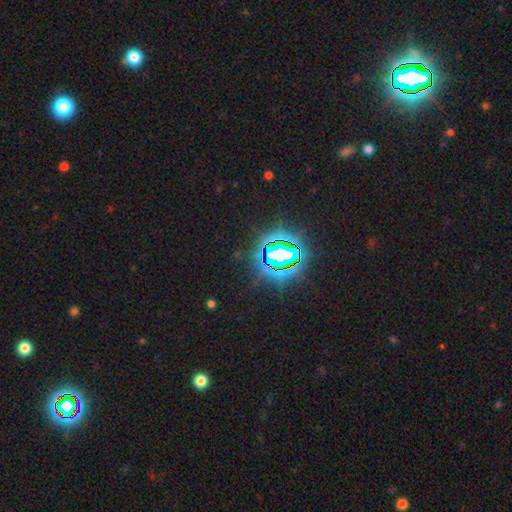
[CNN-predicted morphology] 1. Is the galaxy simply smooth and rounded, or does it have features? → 80% star or artifact, 11% smooth, 10% featured or disk.